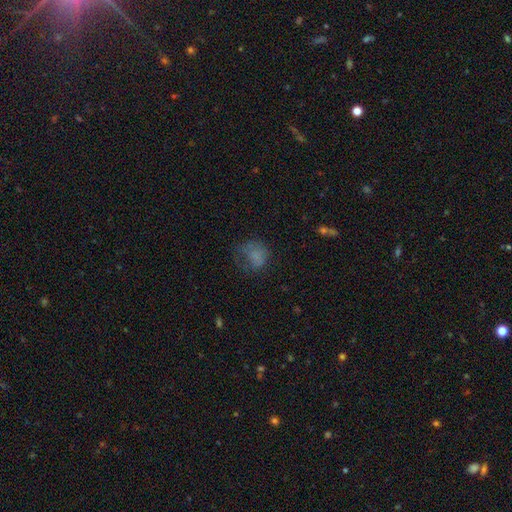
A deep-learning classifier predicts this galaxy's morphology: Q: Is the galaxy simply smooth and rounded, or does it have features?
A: smooth — 66%.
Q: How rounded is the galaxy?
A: round — 55%.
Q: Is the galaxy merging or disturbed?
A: none — 37%.